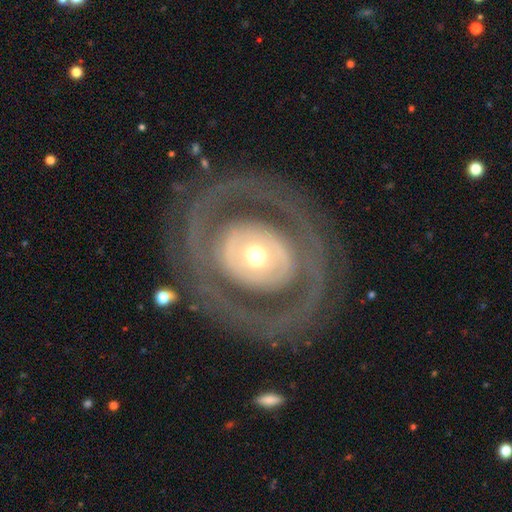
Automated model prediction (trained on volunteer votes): Smooth or featured? featured or disk (75%)
Edge-on disk? no (94%)
Bar? no (81%)
Spiral arms? no (53%)
Bulge size? moderate (63%)
Merging? none (75%)